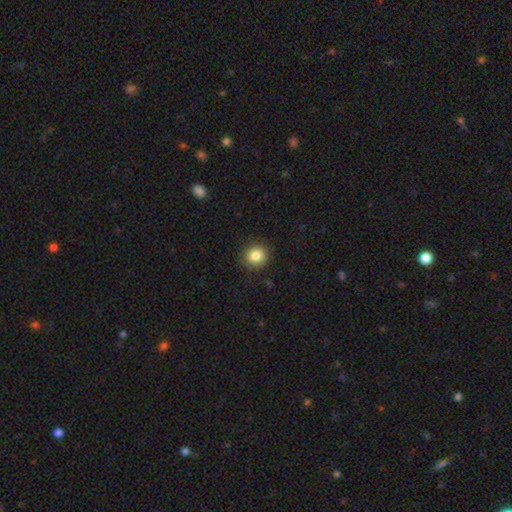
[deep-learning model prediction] Q: Smooth or featured?
A: smooth (85%); runner-up: star or artifact (10%)
Q: How rounded?
A: round (82%); runner-up: in between (18%)
Q: Merging?
A: none (88%); runner-up: minor disturbance (8%)